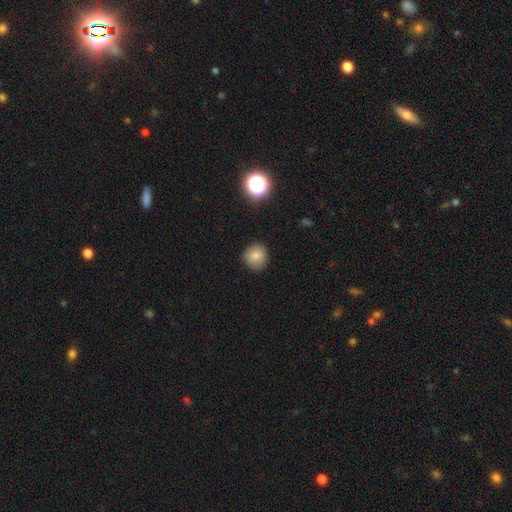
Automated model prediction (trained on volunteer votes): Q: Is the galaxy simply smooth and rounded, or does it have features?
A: smooth — 82%.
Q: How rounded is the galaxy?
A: round — 91%.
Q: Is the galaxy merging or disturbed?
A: none — 88%.